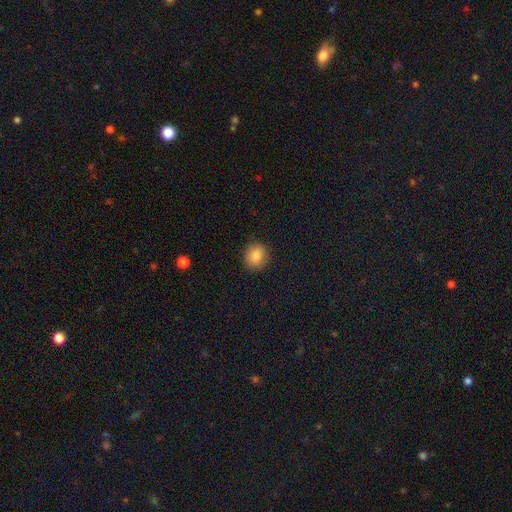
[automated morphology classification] A smooth galaxy with no disk features (85%) that is round (82%). Merging: none (90%).